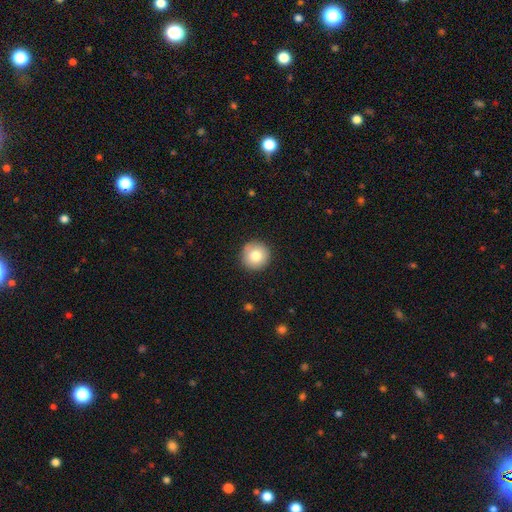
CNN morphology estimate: Smooth or featured? Predicted: smooth (p=0.81). How rounded? Predicted: round (p=0.95). Merging? Predicted: none (p=0.89).